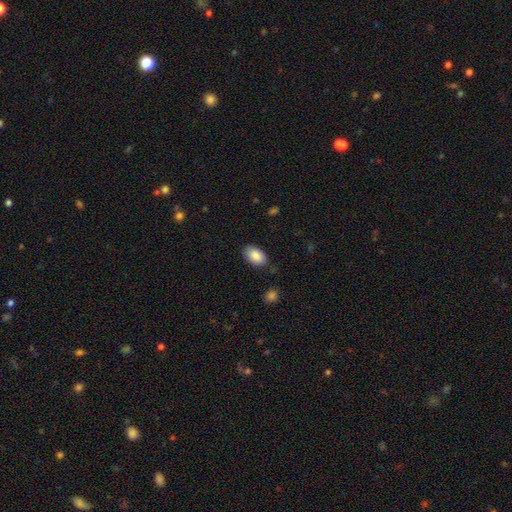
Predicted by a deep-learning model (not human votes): Smooth or featured: smooth — 87% (star or artifact — 7%)
How rounded: in between — 91% (round — 8%)
Merging: none — 77% (minor disturbance — 17%)